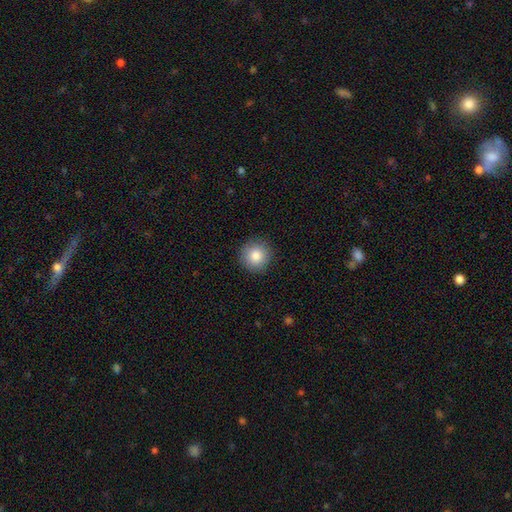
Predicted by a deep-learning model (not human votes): This is clearly a smooth galaxy (84%). How rounded: clearly round (94%). Merging: clearly none (91%).